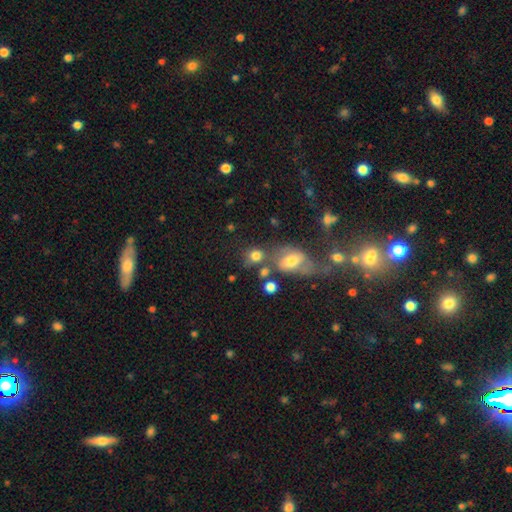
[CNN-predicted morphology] smooth_or_featured: smooth (p=0.75) [alt: featured or disk p=0.13]
how_rounded: round (p=0.66) [alt: in between p=0.32]
merging: none (p=0.46) [alt: merger p=0.30]